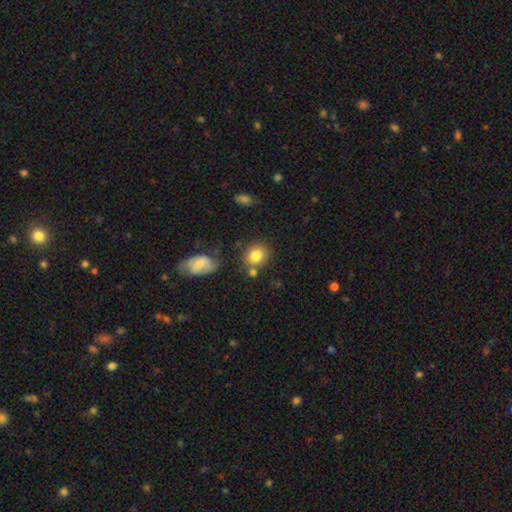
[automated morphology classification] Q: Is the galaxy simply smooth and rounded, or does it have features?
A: smooth — 82%.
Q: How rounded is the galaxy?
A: round — 68%.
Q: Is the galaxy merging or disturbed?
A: none — 69%.